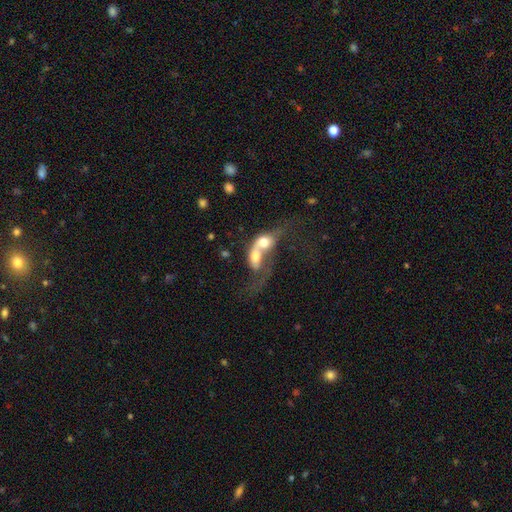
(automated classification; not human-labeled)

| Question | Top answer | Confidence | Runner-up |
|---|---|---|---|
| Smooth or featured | smooth | 49% | featured or disk (42%) |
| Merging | merger | 84% | major disturbance (7%) |